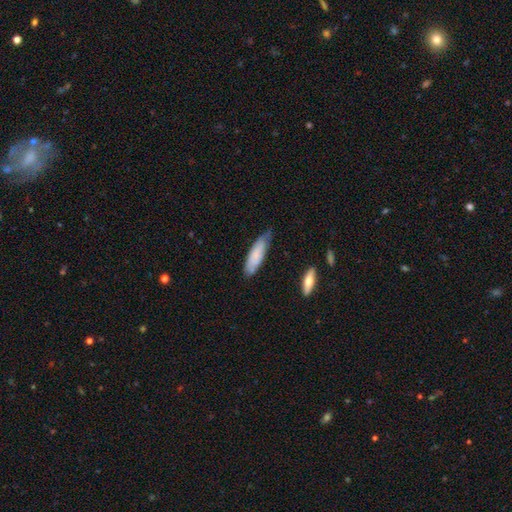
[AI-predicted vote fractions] Smooth or featured: smooth — 72% (featured or disk — 22%)
How rounded: cigar-shaped — 55% (in between — 43%)
Merging: none — 54% (minor disturbance — 36%)